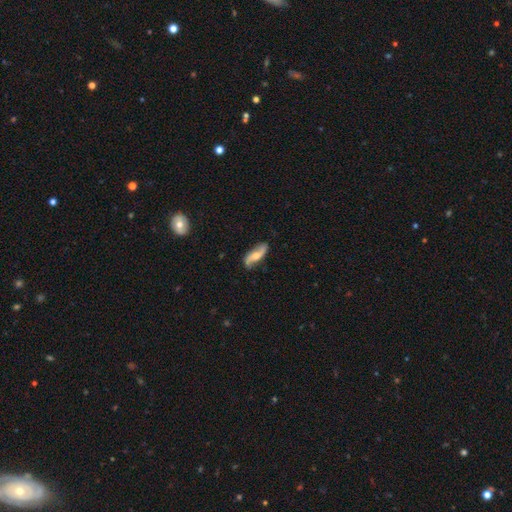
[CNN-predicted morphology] Smooth or featured?
  - featured or disk: 73% *
  - smooth: 22%
  - star or artifact: 6%
Edge-on disk?
  - no: 88% *
  - yes: 12%
Bar?
  - no: 50% *
  - weak: 33%
  - strong: 17%
Spiral arms?
  - yes: 93% *
  - no: 7%
Spiral winding?
  - loose: 77% *
  - medium: 16%
  - tight: 6%
Spiral arm count?
  - 2: 93% *
  - can't tell: 3%
  - 1: 2%
  - 3: 1%
  - 4: 1%
  - more than 4: 1%
Bulge size?
  - moderate: 59% *
  - small: 26%
  - large: 8%
  - none: 5%
  - dominant: 2%
Merging?
  - none: 81% *
  - minor disturbance: 14%
  - major disturbance: 3%
  - merger: 2%